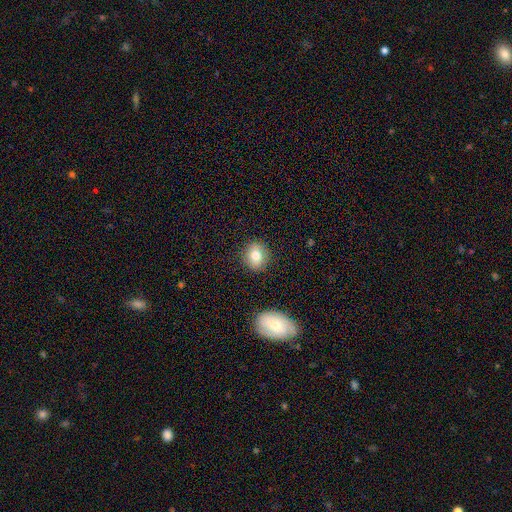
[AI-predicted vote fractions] This is likely a smooth galaxy (78%). How rounded: likely round (73%). Merging: clearly none (87%).